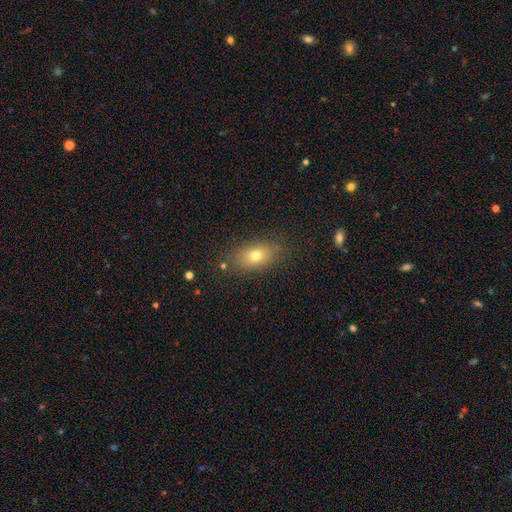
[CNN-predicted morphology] smooth 74%, featured or disk 15%, star or artifact 11%. Down the decision tree: how rounded — in between (82%); merging — none (83%).